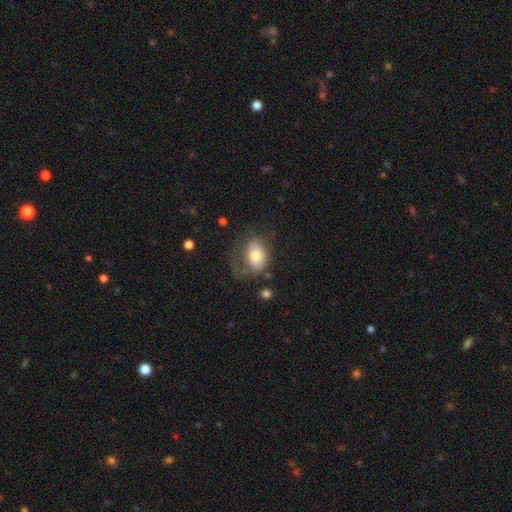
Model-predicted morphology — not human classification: type=smooth (69%); roundness=in between (78%); merging=none (38%).